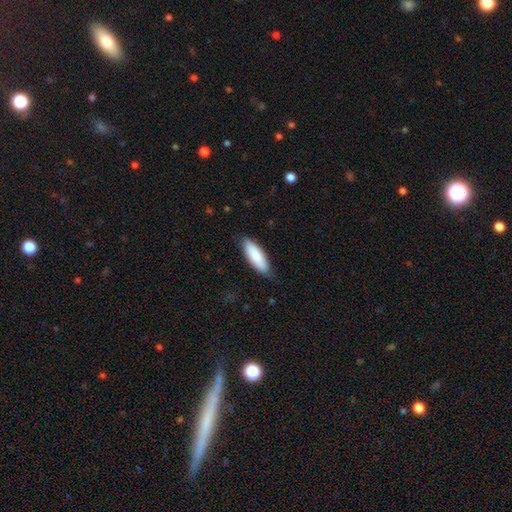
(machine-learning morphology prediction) A smooth galaxy with no disk features (86%) that is in between round and cigar-shaped (61%).

Vote fractions:
- Smooth or featured? smooth: 86% / featured or disk: 9% / star or artifact: 5%
- How rounded? in between: 61% / cigar-shaped: 38% / round: 1%
- Merging? none: 81% / minor disturbance: 16% / major disturbance: 3% / merger: 1%